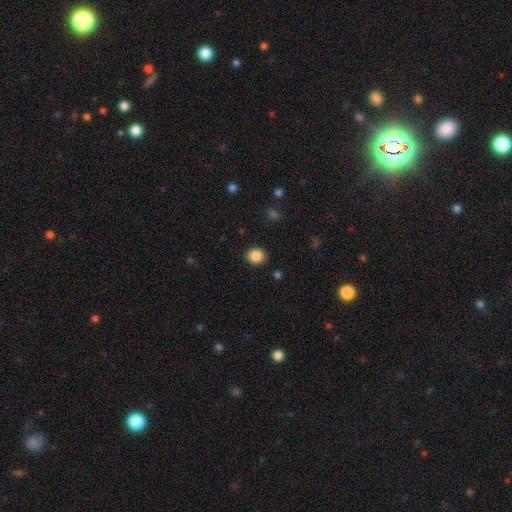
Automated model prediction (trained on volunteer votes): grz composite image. It shows a smooth galaxy with no disk features (87%) that is round (77%). Merging: none (89%).